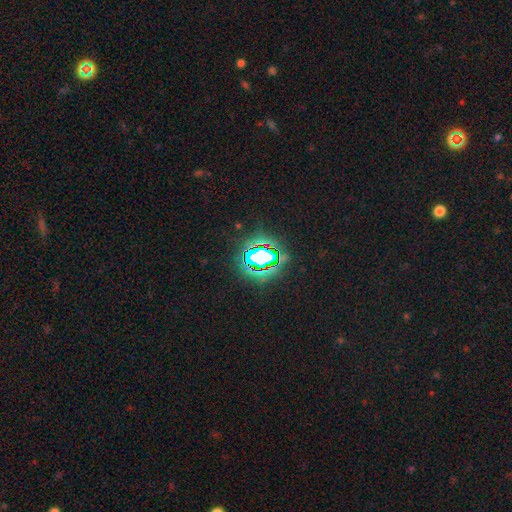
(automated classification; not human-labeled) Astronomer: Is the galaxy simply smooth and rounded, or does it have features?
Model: star or artifact — 68%.